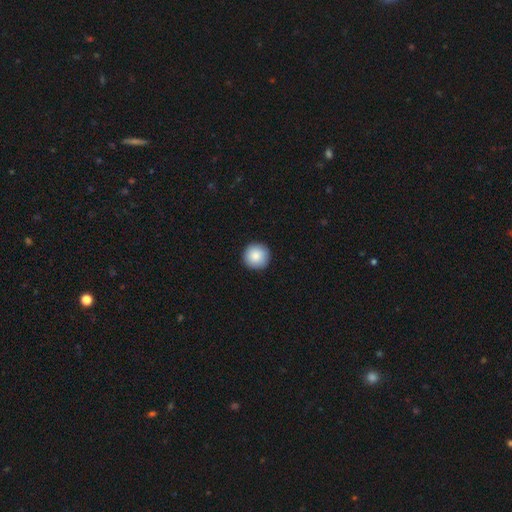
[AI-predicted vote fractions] This is clearly a smooth galaxy (87%). How rounded: clearly round (96%). Merging: clearly none (93%).